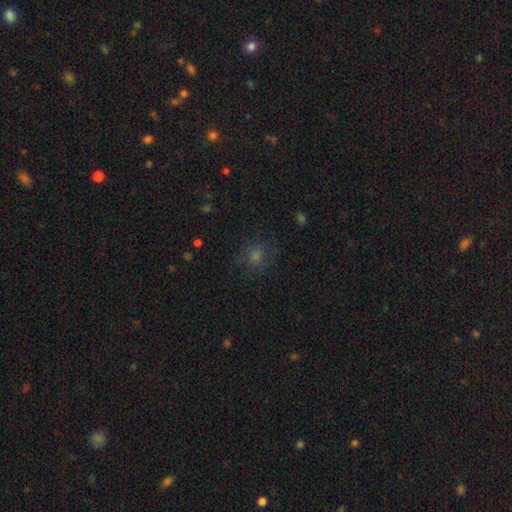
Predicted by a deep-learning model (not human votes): This is possibly a smooth galaxy (49%). Merging: likely none (79%).